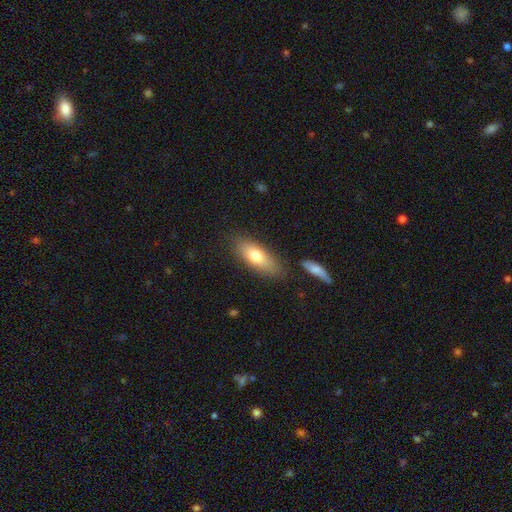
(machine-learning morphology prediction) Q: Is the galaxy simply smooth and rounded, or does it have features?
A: smooth — 73%.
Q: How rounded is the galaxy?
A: in between — 71%.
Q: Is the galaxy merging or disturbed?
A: none — 79%.